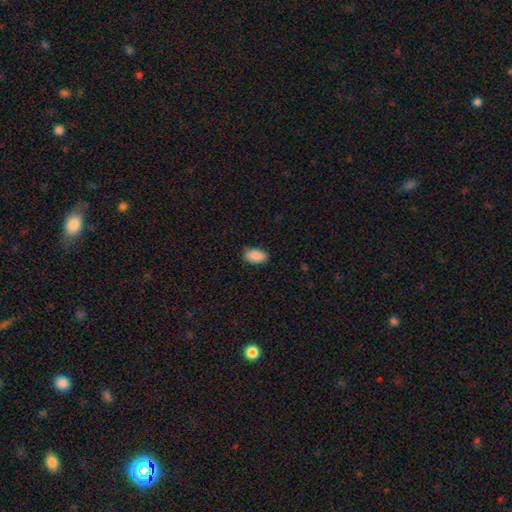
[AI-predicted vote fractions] Overall: smooth (90%). How rounded: in between (94%). Merging: none (86%).